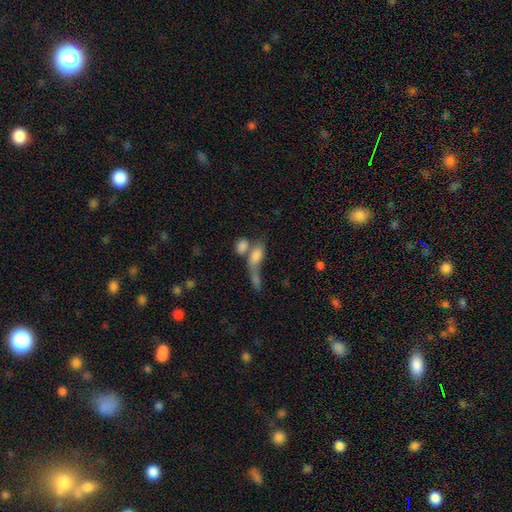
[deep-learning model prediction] Q: Smooth or featured?
A: smooth (72%); runner-up: featured or disk (18%)
Q: How rounded?
A: in between (75%); runner-up: cigar-shaped (14%)
Q: Merging?
A: merger (63%); runner-up: none (17%)